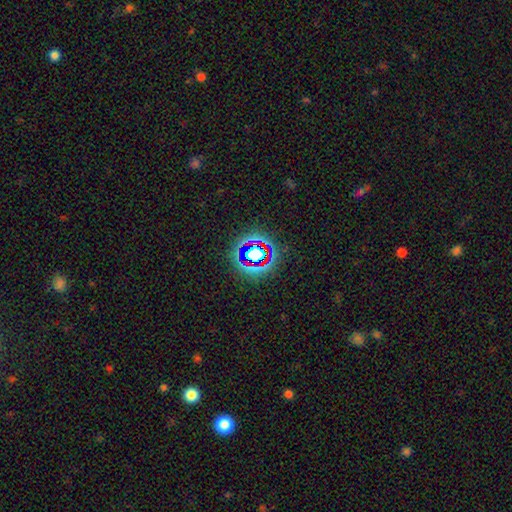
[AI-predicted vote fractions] smooth_or_featured: star or artifact (p=0.63) [alt: smooth p=0.24]